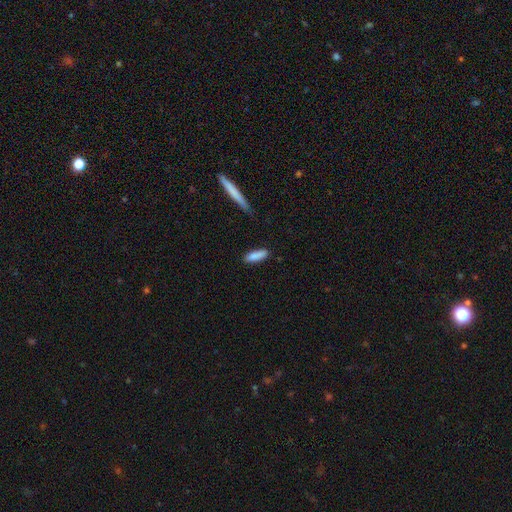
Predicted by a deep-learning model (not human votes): smooth-or-featured: smooth: 85% | featured or disk: 8% | star or artifact: 6%
  how-rounded: cigar-shaped: 56% | in between: 43% | round: 2%
  merging: none: 82% | minor disturbance: 14% | major disturbance: 2% | merger: 2%